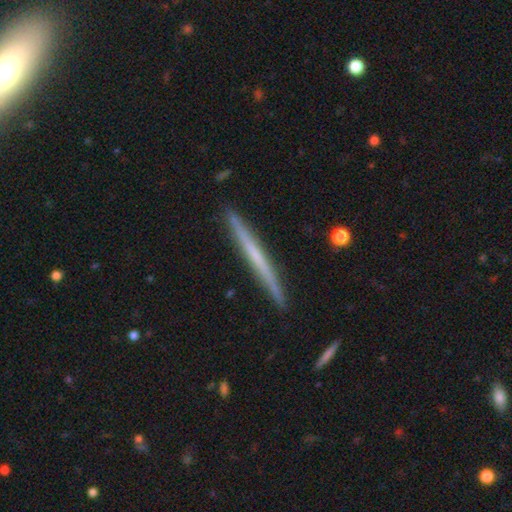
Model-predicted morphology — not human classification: The model was most divided on "smooth or featured": featured or disk: 55%, smooth: 40%, star or artifact: 6%. More confident: edge-on disk — yes (98%); merging — none (91%); edge-on bulge — none (85%).